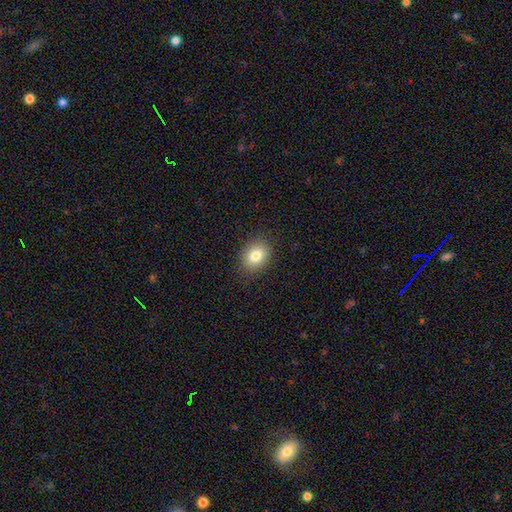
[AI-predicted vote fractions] smooth_or_featured: smooth (p=0.82) [alt: star or artifact p=0.10]
how_rounded: in between (p=0.57) [alt: round p=0.42]
merging: none (p=0.87) [alt: minor disturbance p=0.09]